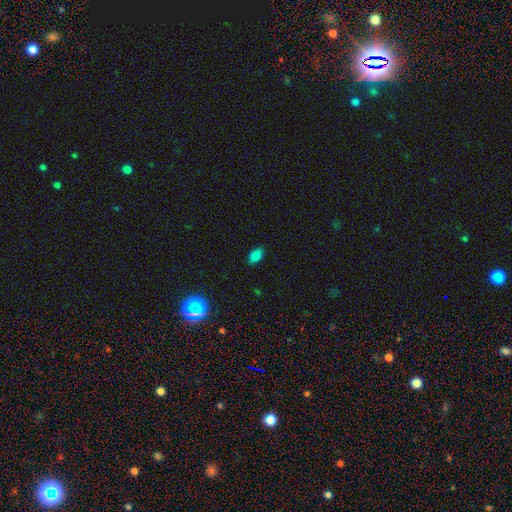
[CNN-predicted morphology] This appears to be a smooth galaxy with no disk features (79%) that is in between round and cigar-shaped (87%). Merging: none (86%).